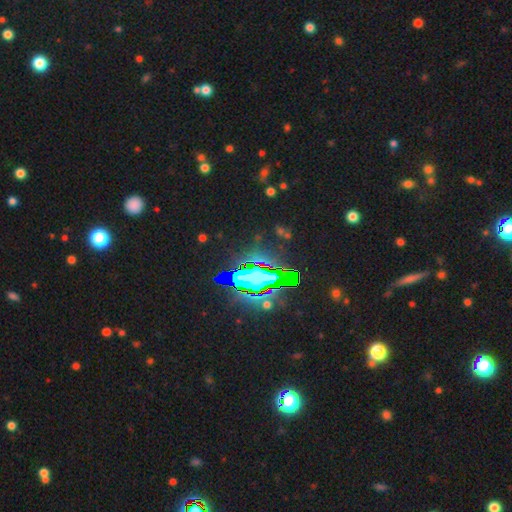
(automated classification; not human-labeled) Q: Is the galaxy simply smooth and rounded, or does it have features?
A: star or artifact — 76%.